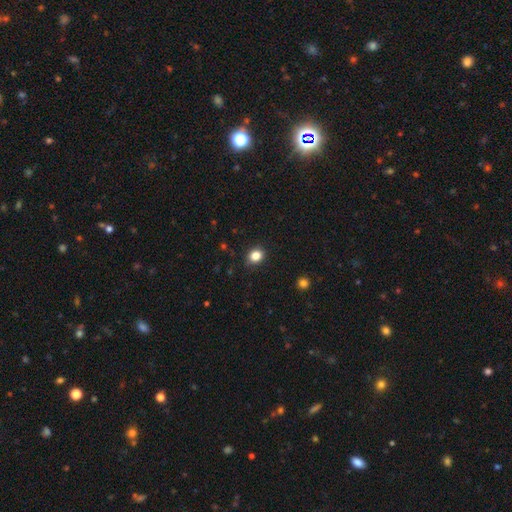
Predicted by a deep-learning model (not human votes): Overall: smooth (84%). How rounded: round (63%; in between 36%). Merging: none (88%).